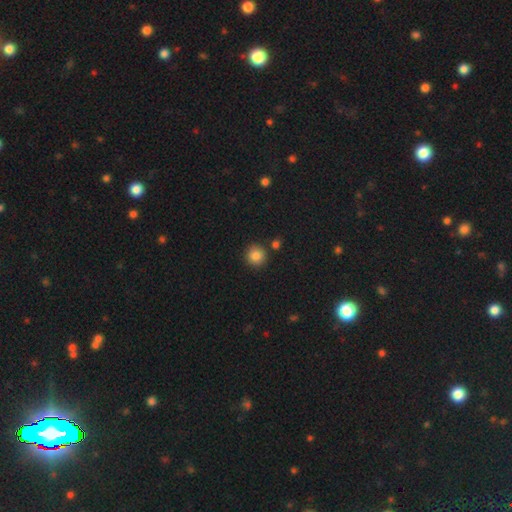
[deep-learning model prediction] Smooth or featured? smooth (86%)
How rounded? round (93%)
Merging? none (86%)